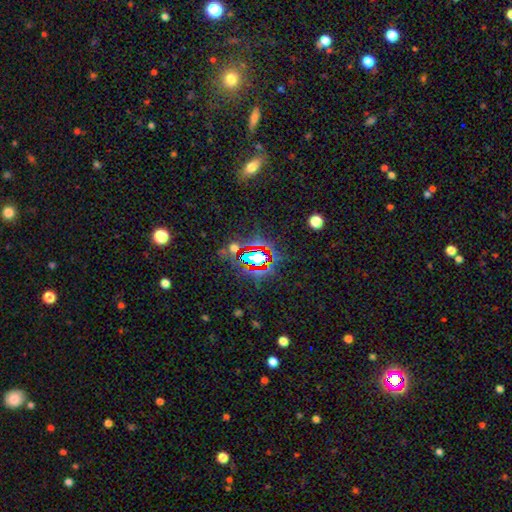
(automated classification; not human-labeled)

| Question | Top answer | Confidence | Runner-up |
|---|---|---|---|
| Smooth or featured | star or artifact | 73% | smooth (17%) |